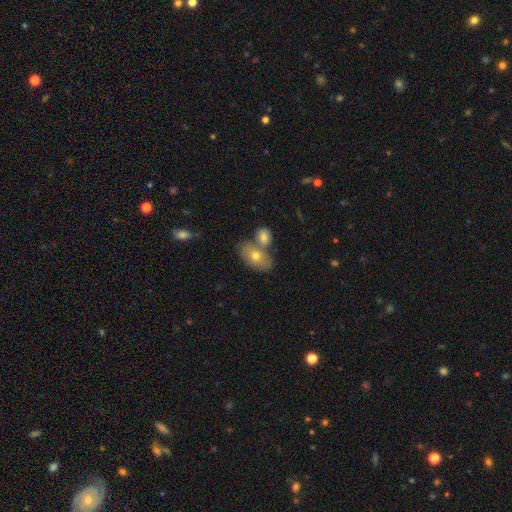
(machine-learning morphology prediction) Smooth or featured: smooth — 70% (featured or disk — 23%)
How rounded: in between — 89% (round — 9%)
Merging: none — 46% (merger — 41%)